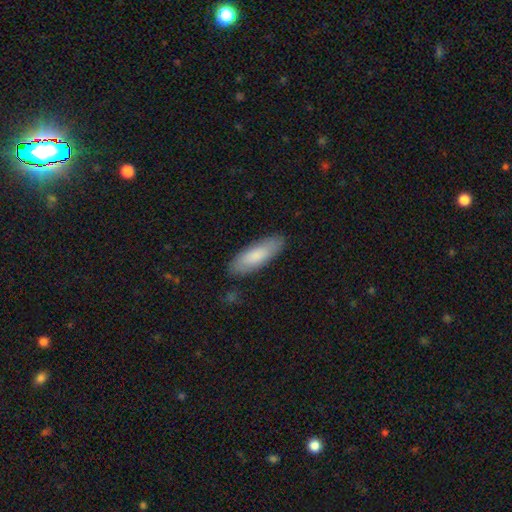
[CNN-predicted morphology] A smooth galaxy with no disk features (81%) that is in between round and cigar-shaped (56%).

Vote fractions:
- Smooth or featured? smooth: 81% / featured or disk: 14% / star or artifact: 5%
- How rounded? in between: 56% / cigar-shaped: 42% / round: 1%
- Merging? none: 85% / minor disturbance: 11% / major disturbance: 2% / merger: 1%